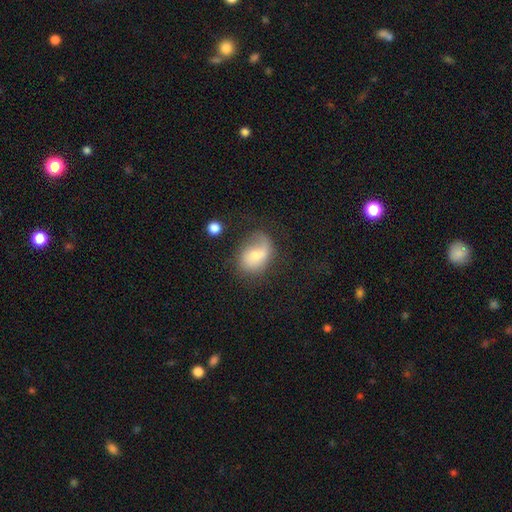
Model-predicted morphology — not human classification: smooth 53%, featured or disk 38%, star or artifact 9%. Down the decision tree: how rounded — in between (73%); merging — none (44%).